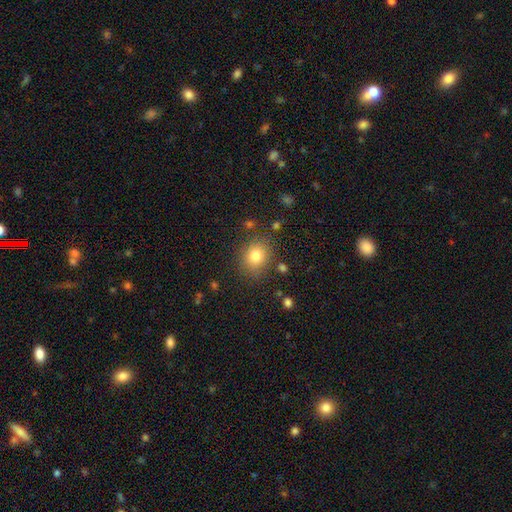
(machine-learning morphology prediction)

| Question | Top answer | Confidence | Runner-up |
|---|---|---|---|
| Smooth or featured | smooth | 80% | star or artifact (11%) |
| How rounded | round | 62% | in between (37%) |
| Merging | none | 81% | minor disturbance (12%) |